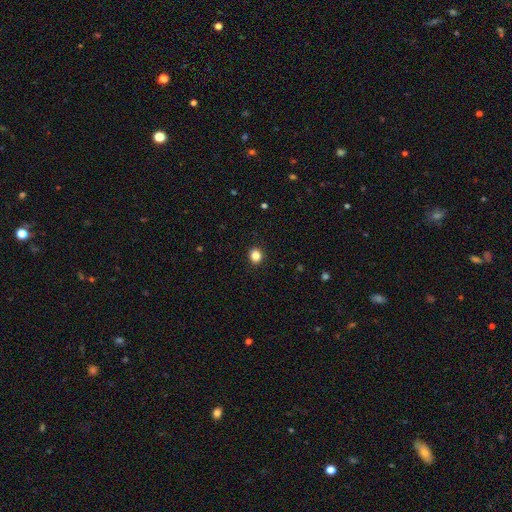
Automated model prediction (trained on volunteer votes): smooth_or_featured: smooth (p=0.85) [alt: star or artifact p=0.11]
how_rounded: round (p=0.77) [alt: in between p=0.22]
merging: none (p=0.92) [alt: minor disturbance p=0.05]